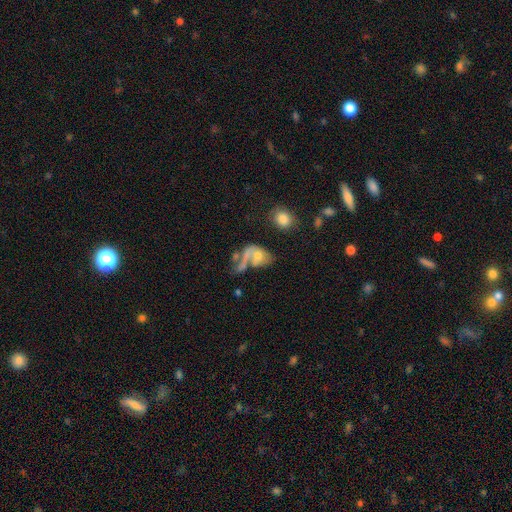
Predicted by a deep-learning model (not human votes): smooth_or_featured: smooth (p=0.51) [alt: featured or disk p=0.38]
how_rounded: in between (p=0.77) [alt: round p=0.20]
merging: merger (p=0.39) [alt: major disturbance p=0.27]